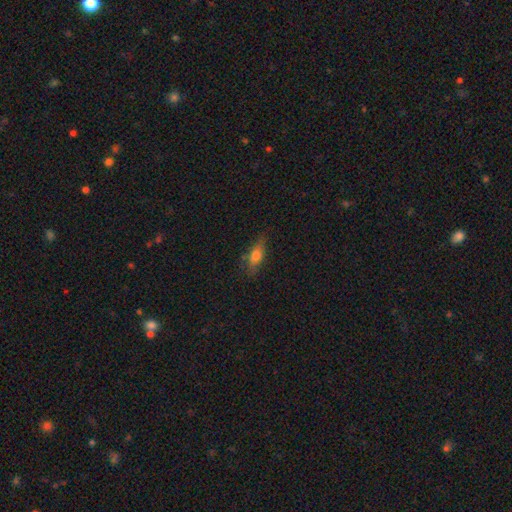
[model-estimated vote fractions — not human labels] This is likely a smooth galaxy (65%). How rounded: likely in between (63%). Merging: likely none (72%).